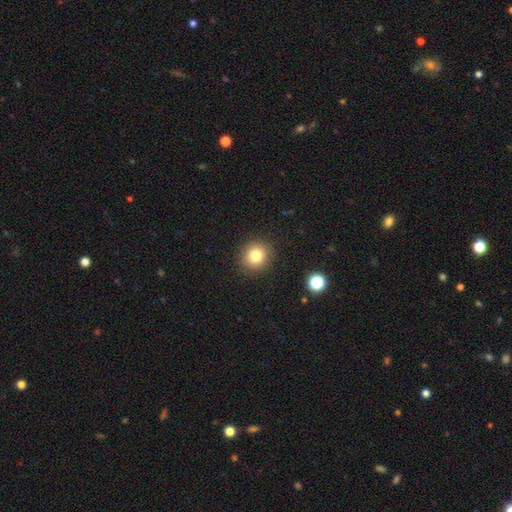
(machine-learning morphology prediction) Smooth or featured: smooth — 79% (star or artifact — 13%)
How rounded: round — 88% (in between — 11%)
Merging: none — 90% (minor disturbance — 6%)